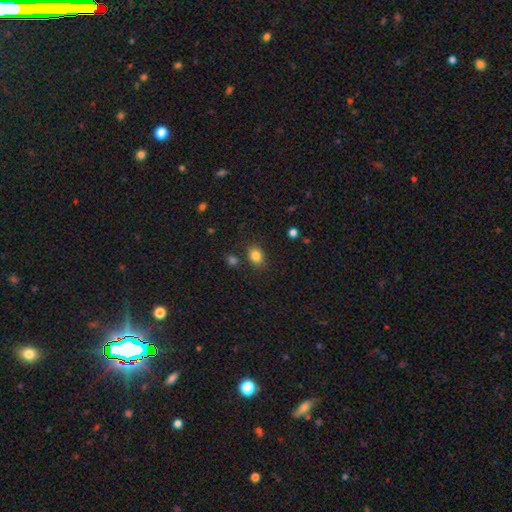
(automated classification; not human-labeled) Q: Smooth or featured?
A: smooth (84%); runner-up: star or artifact (11%)
Q: How rounded?
A: in between (57%); runner-up: round (42%)
Q: Merging?
A: none (79%); runner-up: minor disturbance (12%)